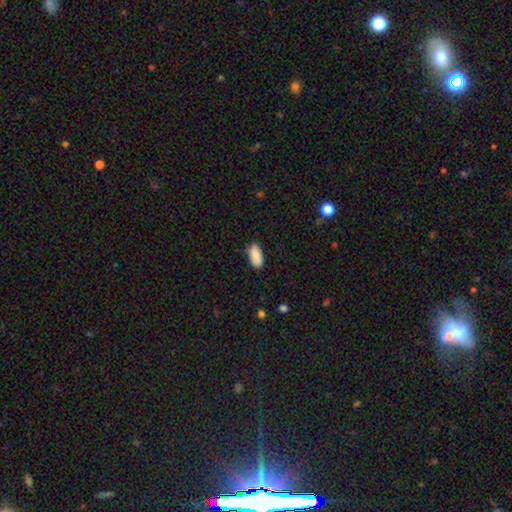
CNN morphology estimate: smooth 88%, star or artifact 6%, featured or disk 6%. Down the decision tree: how rounded — in between (92%); merging — none (84%).